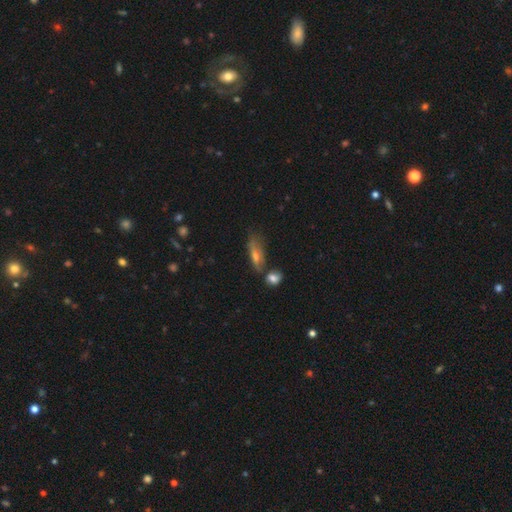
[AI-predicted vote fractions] Overall: smooth (57%; featured or disk 31%). How rounded: in between (50%; cigar-shaped 45%). Merging: none (50%; minor disturbance 23%).